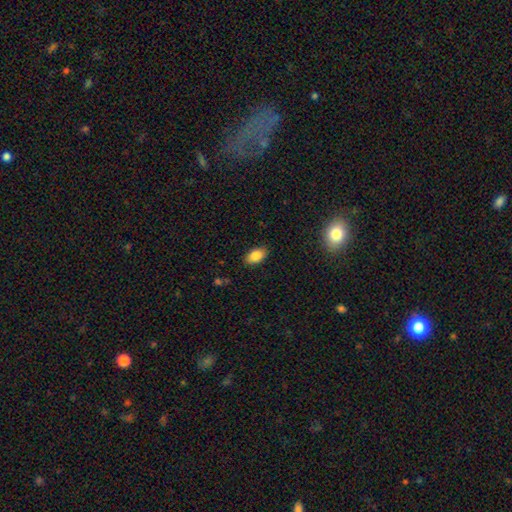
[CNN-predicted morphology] This is clearly a smooth galaxy (85%). How rounded: clearly in between (91%). Merging: clearly none (87%).